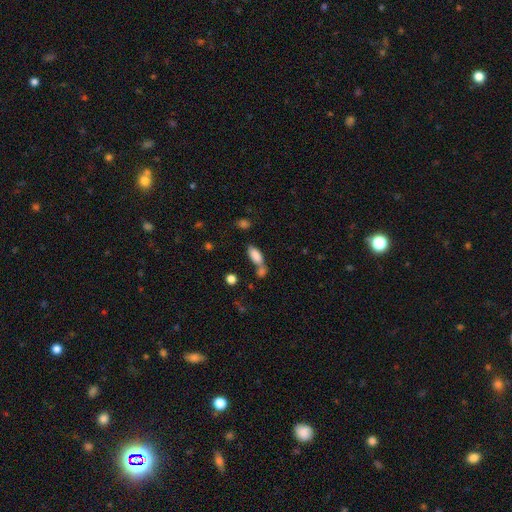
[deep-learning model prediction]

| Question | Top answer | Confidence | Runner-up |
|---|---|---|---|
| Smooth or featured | smooth | 82% | star or artifact (9%) |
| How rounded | in between | 84% | cigar-shaped (13%) |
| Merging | merger | 43% | none (38%) |